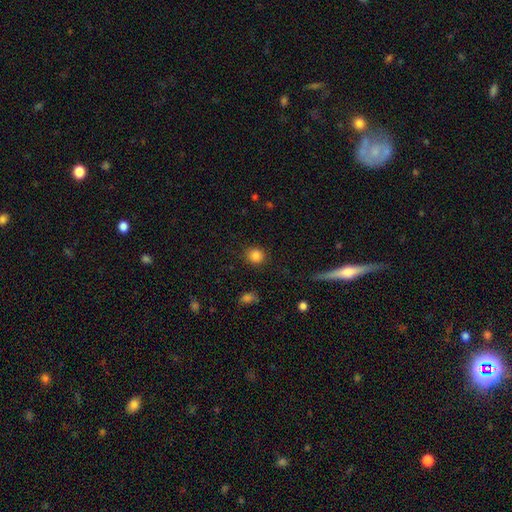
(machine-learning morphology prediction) Smooth or featured? smooth (85%)
How rounded? round (84%)
Merging? none (88%)